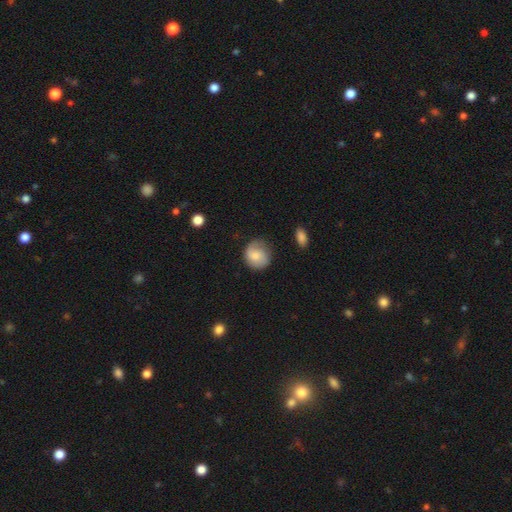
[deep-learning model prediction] Smooth or featured?
  - smooth: 67% *
  - featured or disk: 26%
  - star or artifact: 7%
How rounded?
  - round: 80% *
  - in between: 19%
  - cigar-shaped: 1%
Merging?
  - none: 66% *
  - minor disturbance: 25%
  - major disturbance: 8%
  - merger: 2%